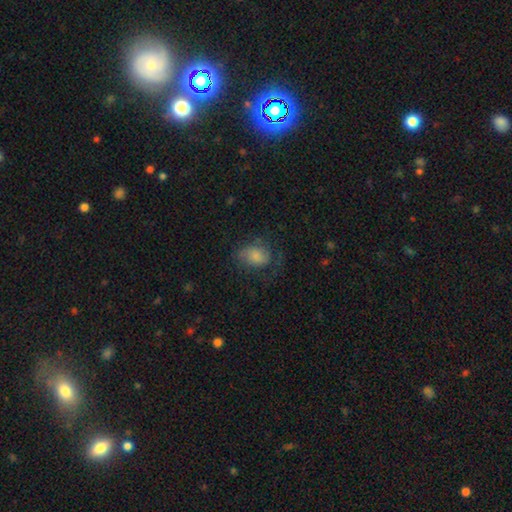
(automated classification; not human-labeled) Q: Smooth or featured?
A: smooth (57%); runner-up: featured or disk (30%)
Q: How rounded?
A: in between (63%); runner-up: round (36%)
Q: Merging?
A: none (51%); runner-up: major disturbance (24%)